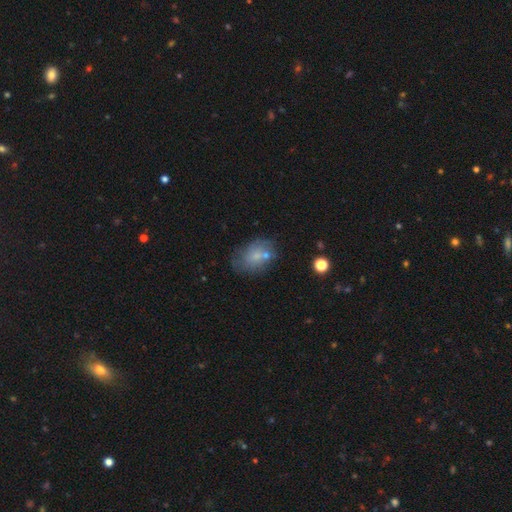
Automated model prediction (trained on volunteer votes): Smooth or featured?
  - smooth: 61% *
  - featured or disk: 28%
  - star or artifact: 11%
How rounded?
  - in between: 77% *
  - round: 22%
  - cigar-shaped: 1%
Merging?
  - none: 49% *
  - minor disturbance: 25%
  - merger: 14%
  - major disturbance: 12%